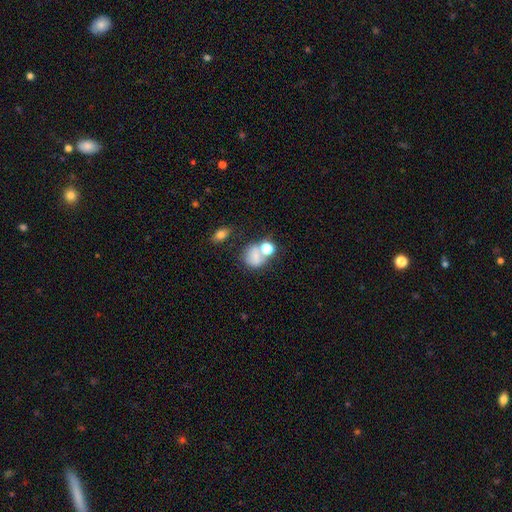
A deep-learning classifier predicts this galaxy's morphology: smooth 70%, star or artifact 16%, featured or disk 14%. Down the decision tree: how rounded — round (60%); merging — none (39%).